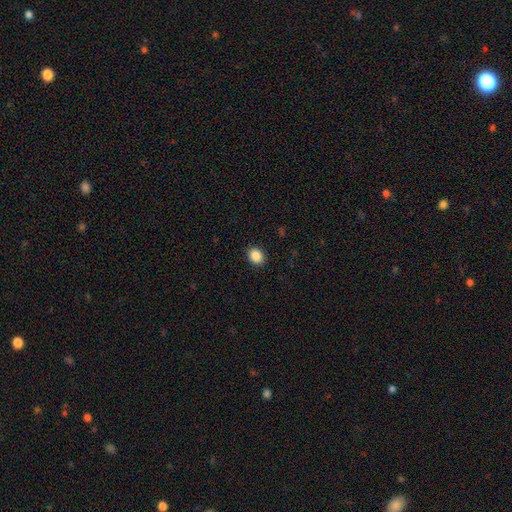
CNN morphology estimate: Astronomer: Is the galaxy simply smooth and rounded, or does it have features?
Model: smooth — 88%.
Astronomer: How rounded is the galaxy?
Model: round — 53% (runner-up: in between, 46%).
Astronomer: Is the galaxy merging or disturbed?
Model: none — 90%.